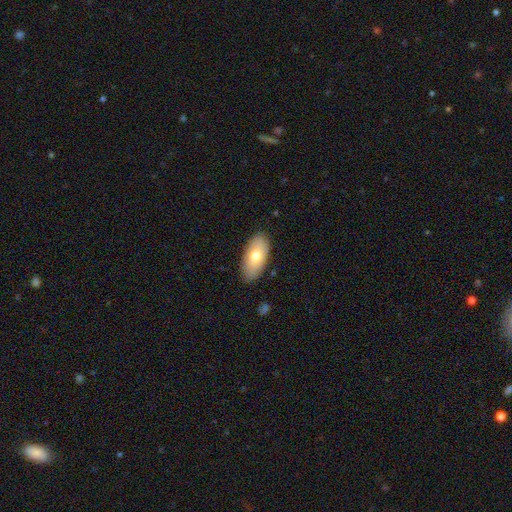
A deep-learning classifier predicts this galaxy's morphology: Overall: smooth (72%). How rounded: in between (91%). Merging: none (86%).